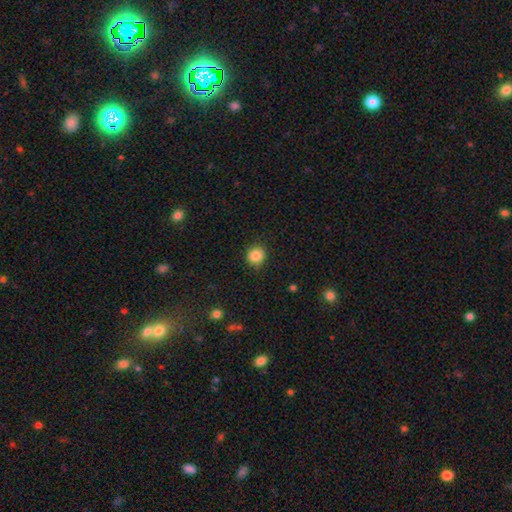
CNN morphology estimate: Overall: smooth (86%). How rounded: round (87%). Merging: none (86%).